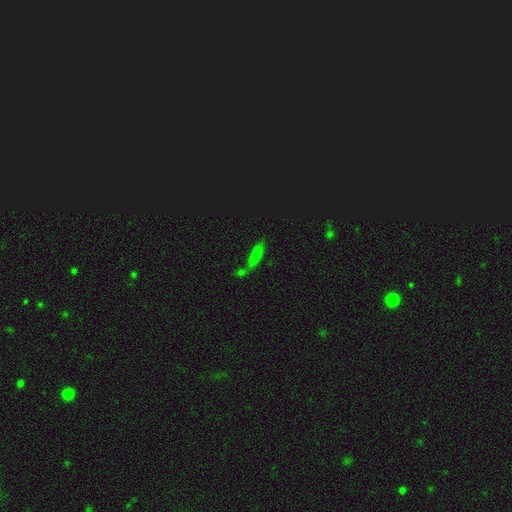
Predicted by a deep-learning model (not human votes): The model was most divided on "merging": none: 42%, merger: 31%, minor disturbance: 17%, major disturbance: 10%. More confident: smooth or featured — smooth (63%); how rounded — cigar-shaped (57%).